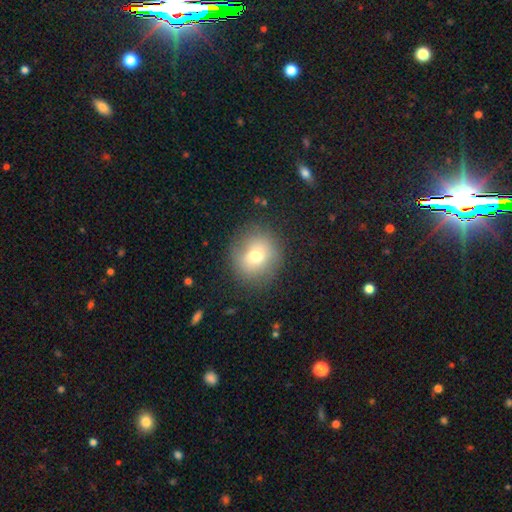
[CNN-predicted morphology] smooth-or-featured: smooth: 70% | featured or disk: 17% | star or artifact: 14%
  how-rounded: round: 86% | in between: 13% | cigar-shaped: 1%
  merging: none: 84% | minor disturbance: 10% | major disturbance: 5% | merger: 1%